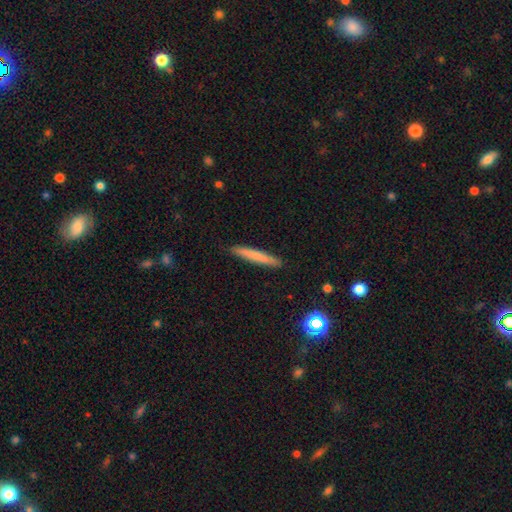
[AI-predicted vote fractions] A smooth galaxy with no disk features (70%) that is cigar-shaped (96%).

Vote fractions:
- Smooth or featured? smooth: 70% / featured or disk: 23% / star or artifact: 7%
- How rounded? cigar-shaped: 96% / in between: 3% / round: 1%
- Merging? none: 91% / minor disturbance: 6% / major disturbance: 1% / merger: 1%